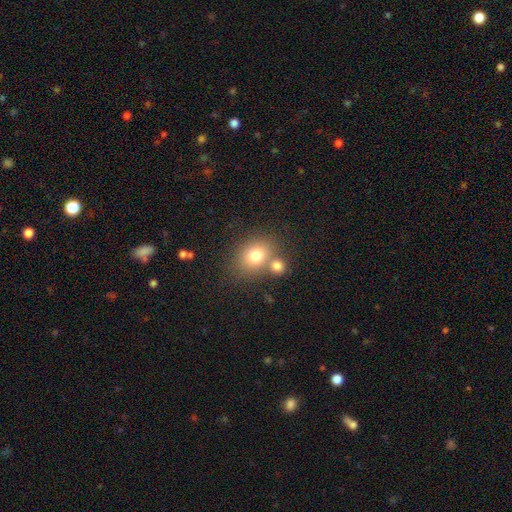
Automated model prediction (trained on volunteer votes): Smooth or featured? smooth (77%)
How rounded? round (59%)
Merging? none (57%)